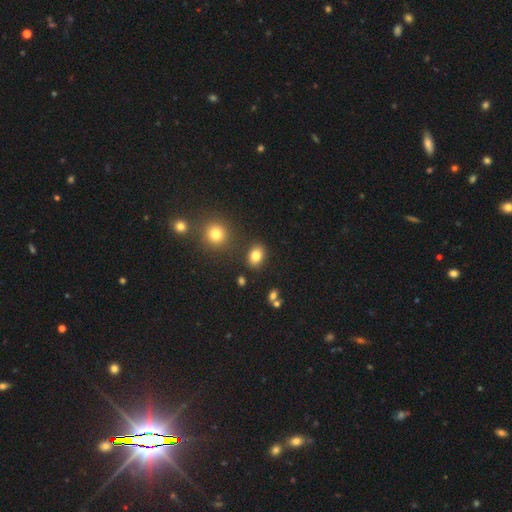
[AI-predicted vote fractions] A smooth galaxy with no disk features (82%) that is in between round and cigar-shaped (68%). Merging: none (84%).